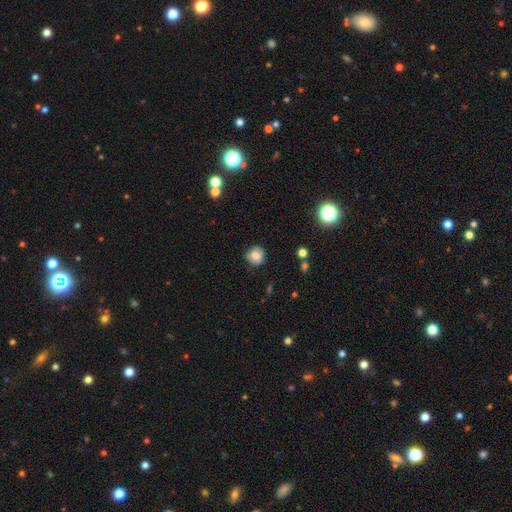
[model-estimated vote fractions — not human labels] smooth_or_featured: smooth (p=0.76) [alt: featured or disk p=0.14]
how_rounded: round (p=0.87) [alt: in between p=0.12]
merging: none (p=0.80) [alt: minor disturbance p=0.15]